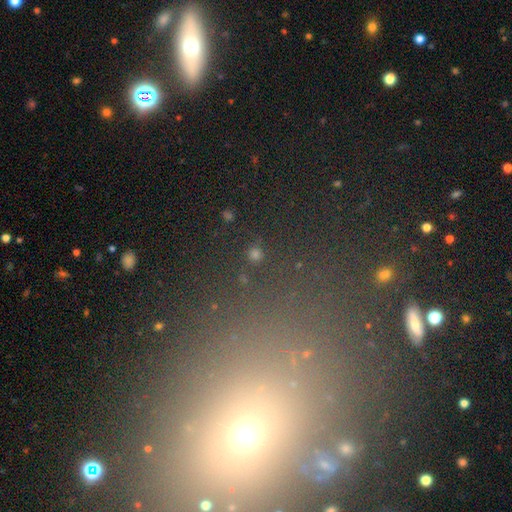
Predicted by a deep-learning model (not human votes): Smooth or featured? Predicted: smooth (p=0.45, tied with star or artifact). Merging? Predicted: none (p=0.85).